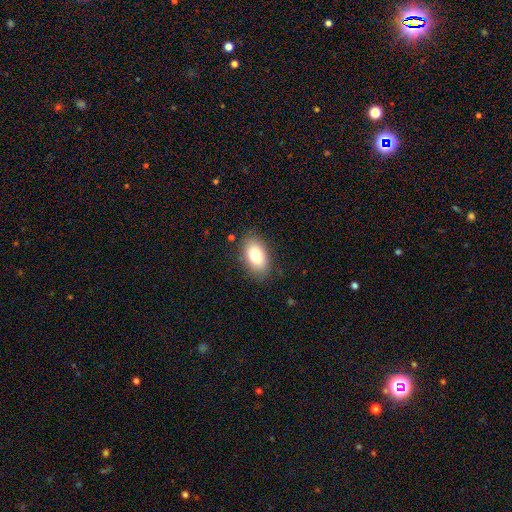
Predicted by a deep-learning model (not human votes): Q: Smooth or featured?
A: smooth (84%); runner-up: featured or disk (9%)
Q: How rounded?
A: in between (93%); runner-up: round (5%)
Q: Merging?
A: none (83%); runner-up: minor disturbance (13%)